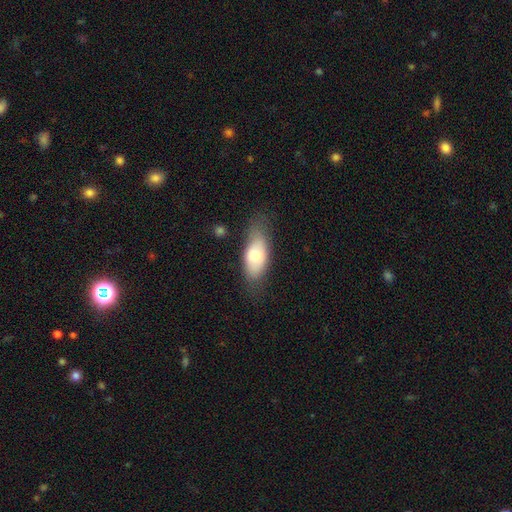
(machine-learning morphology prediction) Smooth or featured? Predicted: smooth (p=0.71). How rounded? Predicted: in between (p=0.86). Merging? Predicted: none (p=0.63).